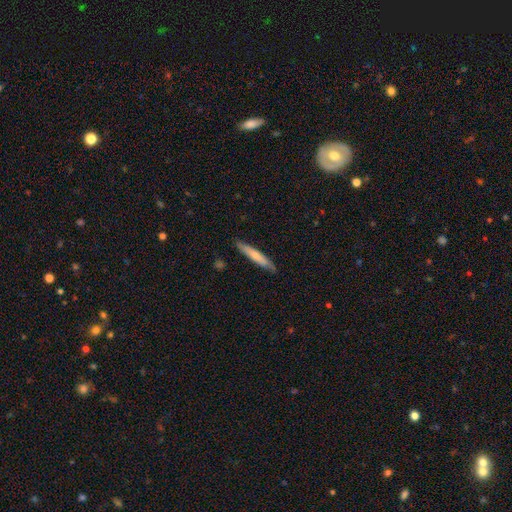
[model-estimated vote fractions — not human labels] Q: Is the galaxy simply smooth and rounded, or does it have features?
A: smooth — 64%.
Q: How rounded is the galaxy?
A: cigar-shaped — 93%.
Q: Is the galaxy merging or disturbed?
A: none — 85%.